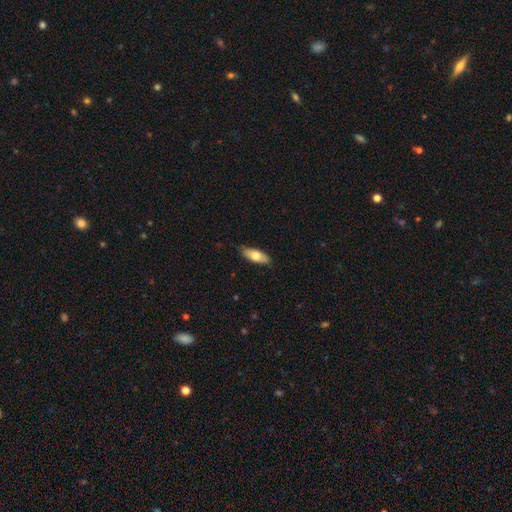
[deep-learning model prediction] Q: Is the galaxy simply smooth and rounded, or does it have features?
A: smooth — 72%.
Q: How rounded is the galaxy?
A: in between — 73%.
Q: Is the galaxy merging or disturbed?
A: none — 83%.